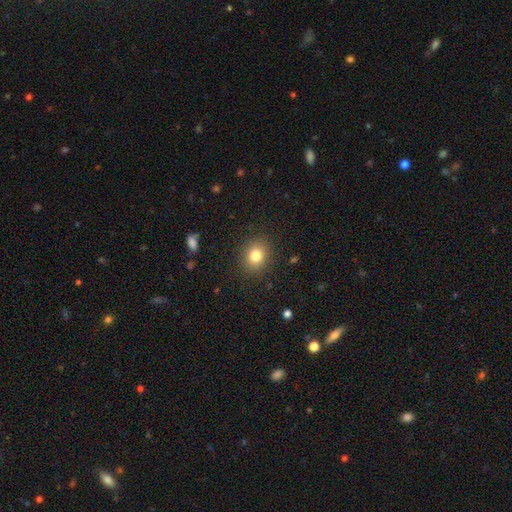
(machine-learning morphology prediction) Q: Smooth or featured?
A: smooth (81%); runner-up: star or artifact (11%)
Q: How rounded?
A: round (69%); runner-up: in between (30%)
Q: Merging?
A: none (88%); runner-up: minor disturbance (8%)